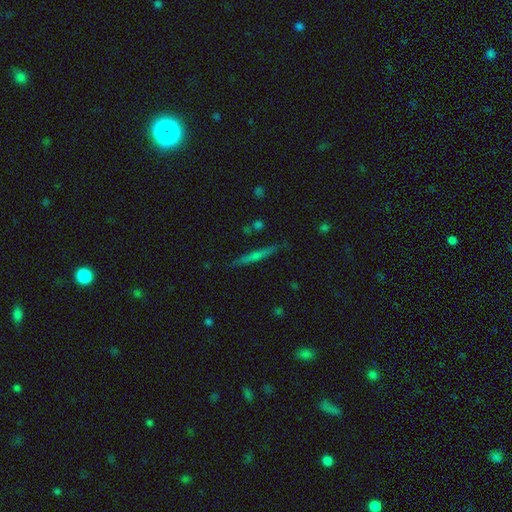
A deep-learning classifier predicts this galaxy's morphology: A featured or disk galaxy (55%) viewed edge-on (93%) with a rounded central bulge (52%).

Vote fractions:
- Smooth or featured? featured or disk: 55% / smooth: 27% / star or artifact: 18%
- Edge-on disk? yes: 93% / no: 7%
- Edge-on bulge? rounded: 52% / none: 37% / boxy: 11%
- Merging? none: 89% / minor disturbance: 7% / major disturbance: 2% / merger: 2%